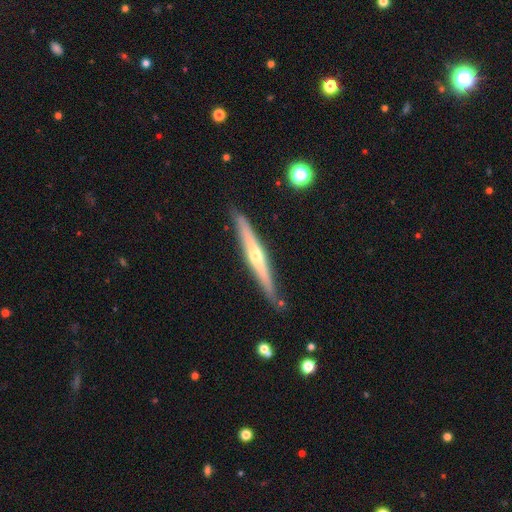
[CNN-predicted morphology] A featured or disk galaxy (70%) viewed edge-on (96%) with a rounded central bulge (79%).

Vote fractions:
- Smooth or featured? featured or disk: 70% / smooth: 24% / star or artifact: 6%
- Edge-on disk? yes: 96% / no: 4%
- Edge-on bulge? rounded: 79% / none: 18% / boxy: 3%
- Merging? none: 87% / minor disturbance: 9% / merger: 2% / major disturbance: 2%